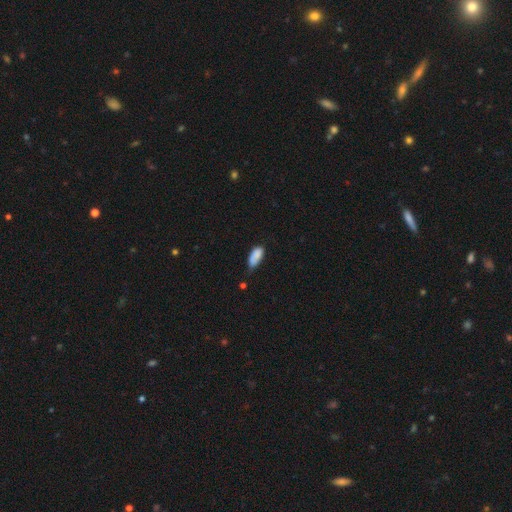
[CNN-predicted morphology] A smooth galaxy with no disk features (84%) that is in between round and cigar-shaped (85%). Merging: none (50%).